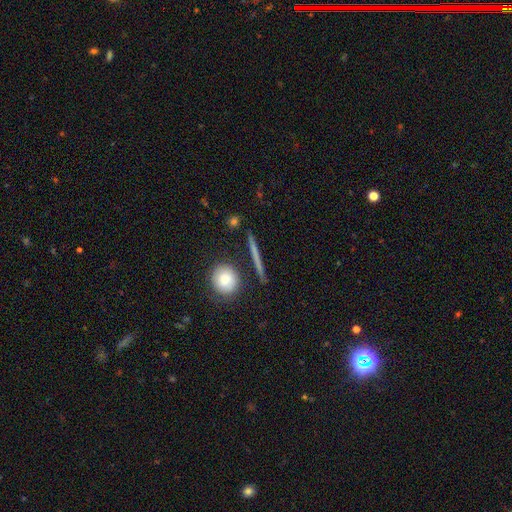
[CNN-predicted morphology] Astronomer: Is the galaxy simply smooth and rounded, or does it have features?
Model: smooth — 49% (runner-up: featured or disk, 40%).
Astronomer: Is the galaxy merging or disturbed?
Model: none — 87%.